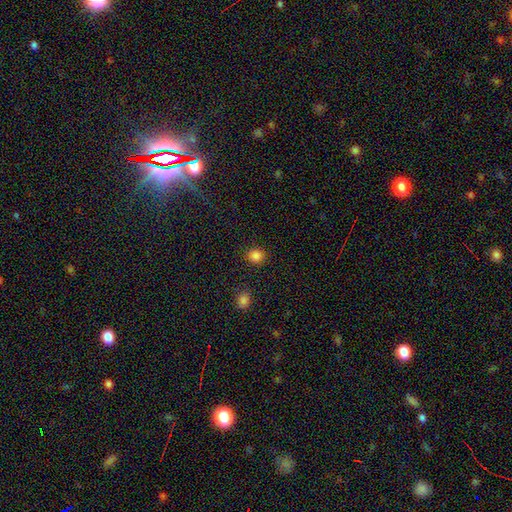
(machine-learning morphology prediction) Smooth or featured? smooth (85%)
How rounded? round (81%)
Merging? none (89%)